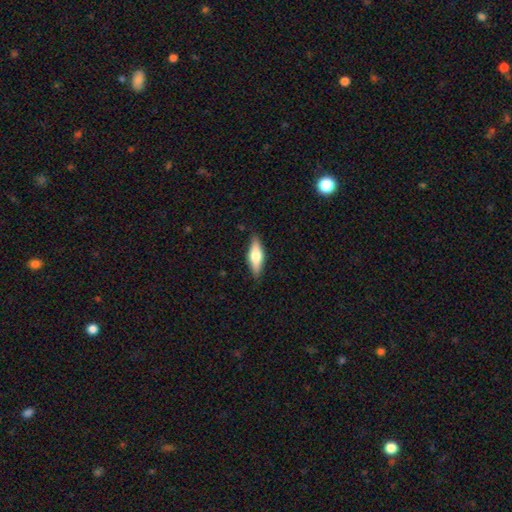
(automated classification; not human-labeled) smooth-or-featured: smooth: 53% | featured or disk: 41% | star or artifact: 6%
  how-rounded: in between: 51% | cigar-shaped: 46% | round: 3%
  merging: none: 86% | minor disturbance: 11% | major disturbance: 2% | merger: 1%